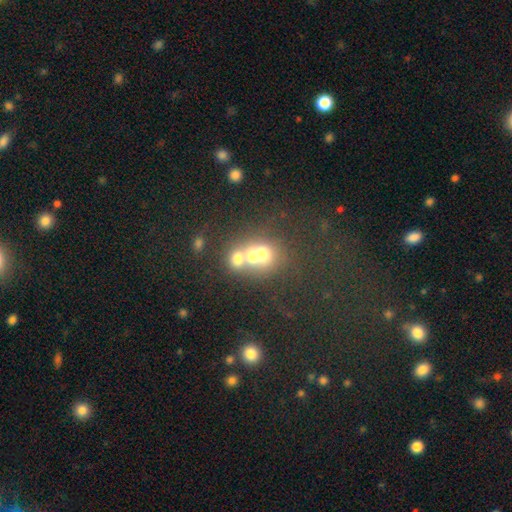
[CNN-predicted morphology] smooth 57%, featured or disk 27%, star or artifact 16%. Down the decision tree: how rounded — round (71%); merging — merger (64%).